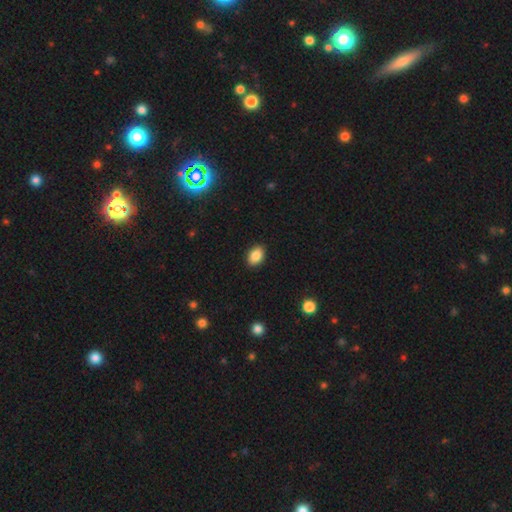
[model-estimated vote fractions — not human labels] Overall: smooth (87%). How rounded: in between (85%). Merging: none (88%).